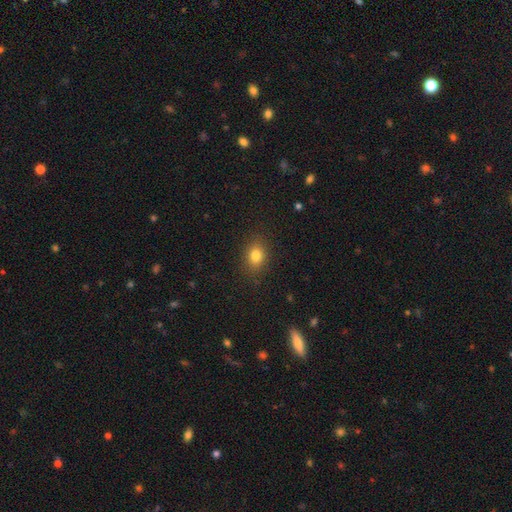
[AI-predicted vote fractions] Morphology: type=smooth (82%); roundness=in between (62%); merging=none (86%).